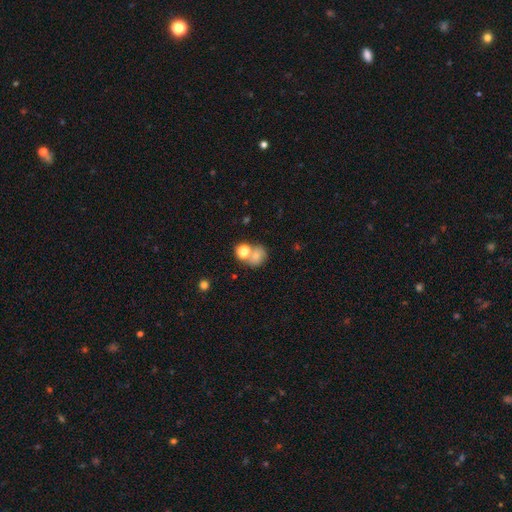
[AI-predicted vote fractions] Morphology: type=smooth (73%); roundness=round (66%); merging=none (47%).